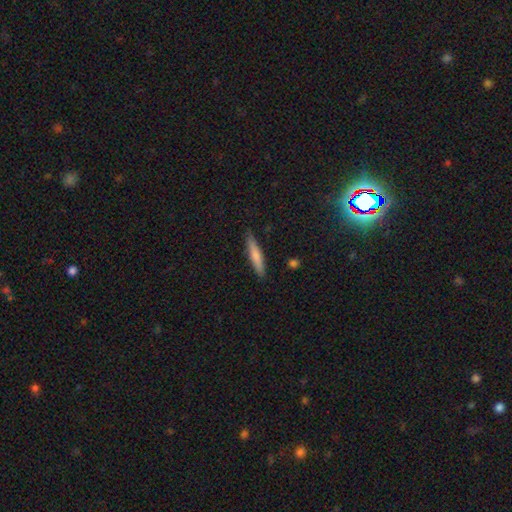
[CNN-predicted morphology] A smooth galaxy with no disk features (72%) that is cigar-shaped (90%).

Vote fractions:
- Smooth or featured? smooth: 72% / featured or disk: 22% / star or artifact: 6%
- How rounded? cigar-shaped: 90% / in between: 9% / round: 1%
- Merging? none: 87% / minor disturbance: 10% / major disturbance: 2% / merger: 1%